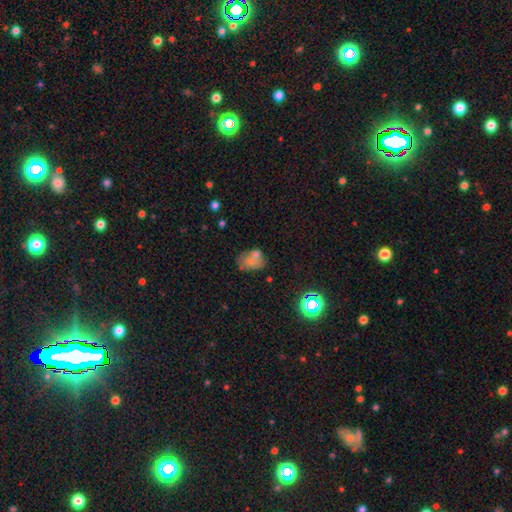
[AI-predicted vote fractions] This appears to be a smooth galaxy with no disk features (57%) that is in between round and cigar-shaped (62%). Merging: none (46%).